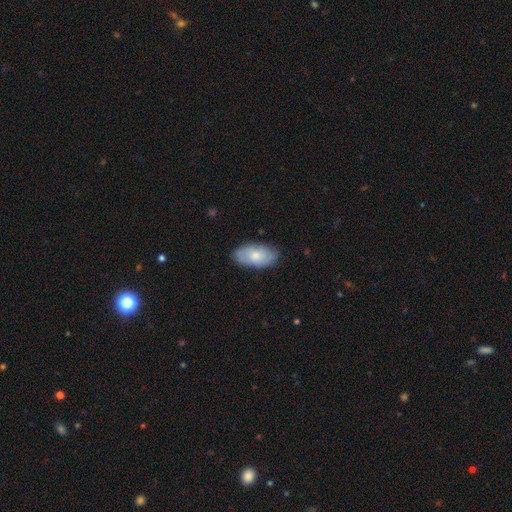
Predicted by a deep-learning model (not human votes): Smooth or featured: smooth — 69% (featured or disk — 25%)
How rounded: in between — 94% (round — 4%)
Merging: none — 80% (minor disturbance — 16%)